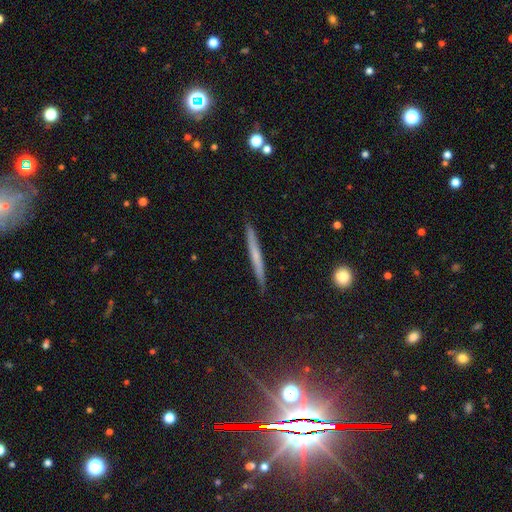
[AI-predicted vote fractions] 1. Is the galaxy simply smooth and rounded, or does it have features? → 47% featured or disk, 45% smooth, 8% star or artifact.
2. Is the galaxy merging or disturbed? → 90% none, 8% minor disturbance, 1% major disturbance, 1% merger.